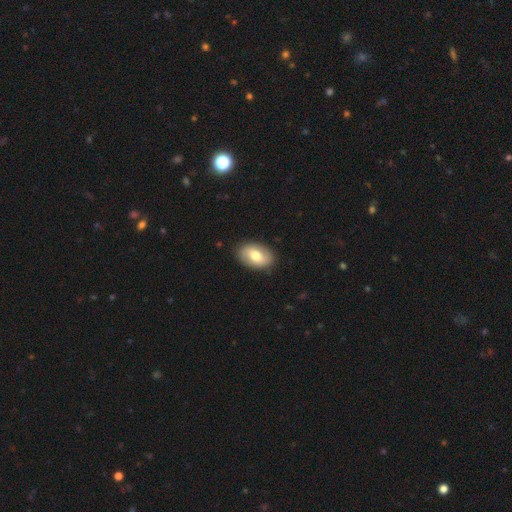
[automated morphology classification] This is likely a smooth galaxy (63%). How rounded: clearly in between (89%). Merging: clearly none (88%).